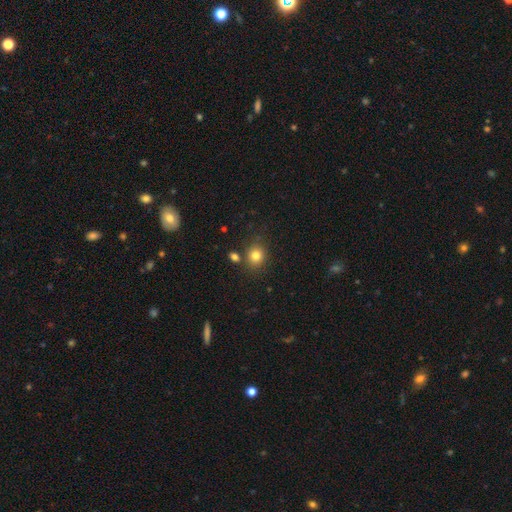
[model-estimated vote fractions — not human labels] This appears to be a smooth galaxy with no disk features (81%) that is round (71%). Merging: none (77%).